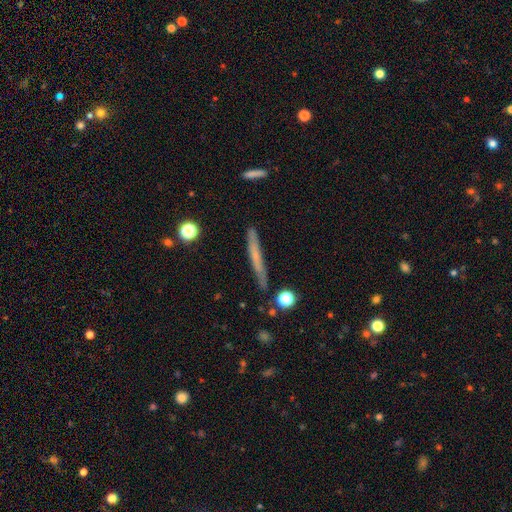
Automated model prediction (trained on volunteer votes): Morphology: type=smooth (51%); roundness=cigar-shaped (95%); merging=none (85%).